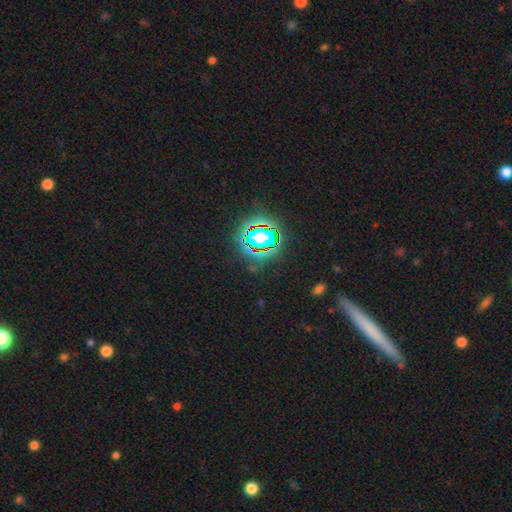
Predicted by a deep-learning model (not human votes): This is likely a star or artifact rather than a galaxy (62%).